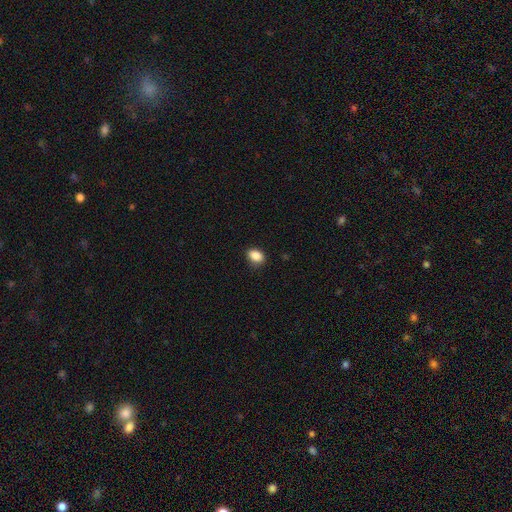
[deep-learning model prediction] Overall: smooth (88%). How rounded: in between (75%). Merging: none (83%).